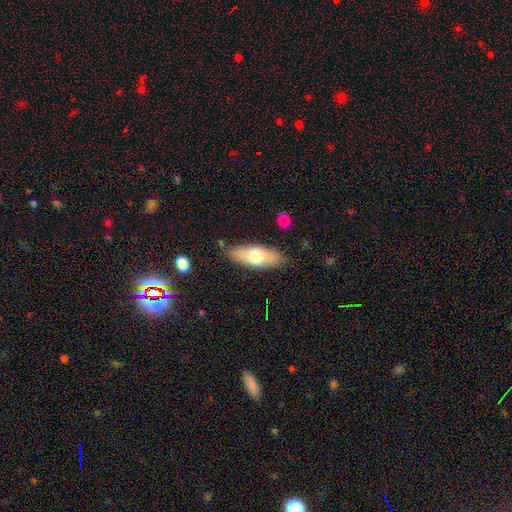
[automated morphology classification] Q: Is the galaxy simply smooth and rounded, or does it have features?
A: smooth — 67%.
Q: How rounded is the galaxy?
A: in between — 69%.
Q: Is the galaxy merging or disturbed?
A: none — 82%.